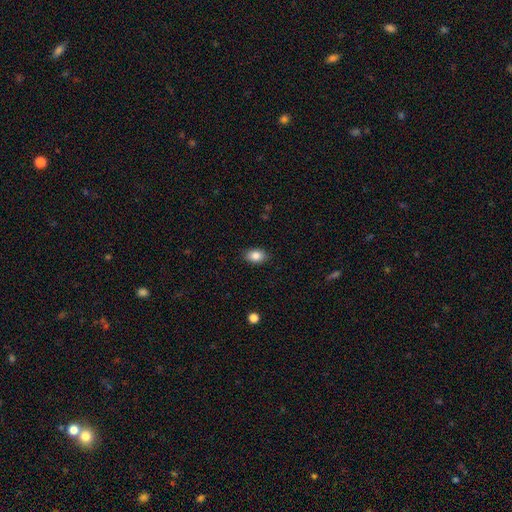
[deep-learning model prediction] Morphology: type=smooth (86%); roundness=in between (83%); merging=none (87%).